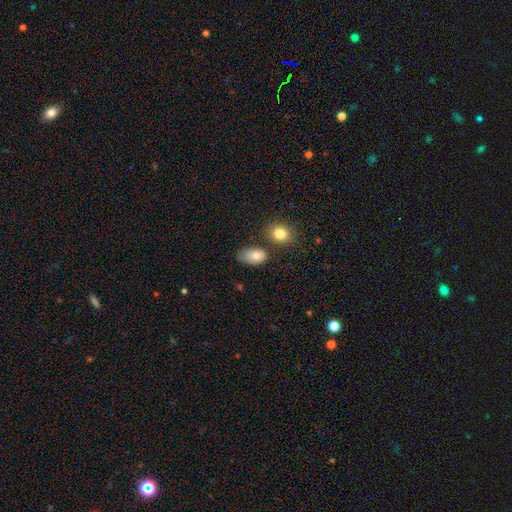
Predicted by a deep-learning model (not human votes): This is clearly a smooth galaxy (83%). How rounded: clearly in between (88%). Merging: possibly none (54%).